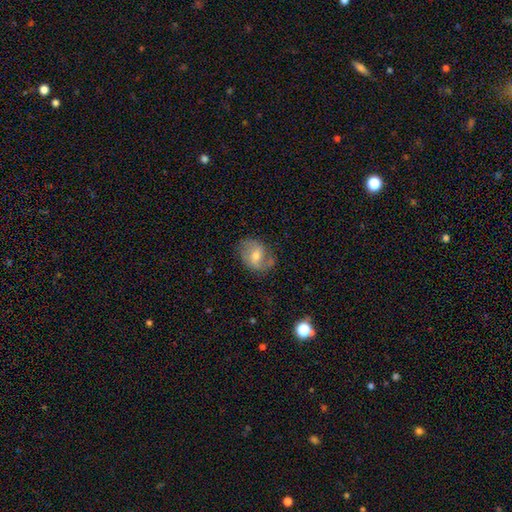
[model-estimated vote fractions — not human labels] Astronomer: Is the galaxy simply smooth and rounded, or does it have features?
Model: featured or disk — 51% (runner-up: smooth, 41%).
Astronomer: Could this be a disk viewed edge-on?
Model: no — 96%.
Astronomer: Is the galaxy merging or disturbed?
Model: none — 66%.